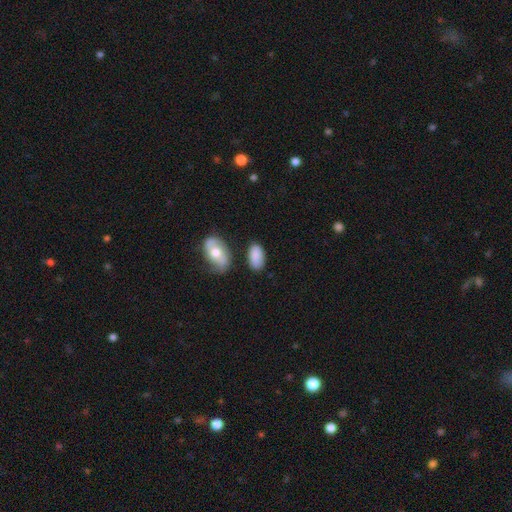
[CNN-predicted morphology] smooth 83%, featured or disk 10%, star or artifact 7%. Down the decision tree: how rounded — in between (94%); merging — none (71%).